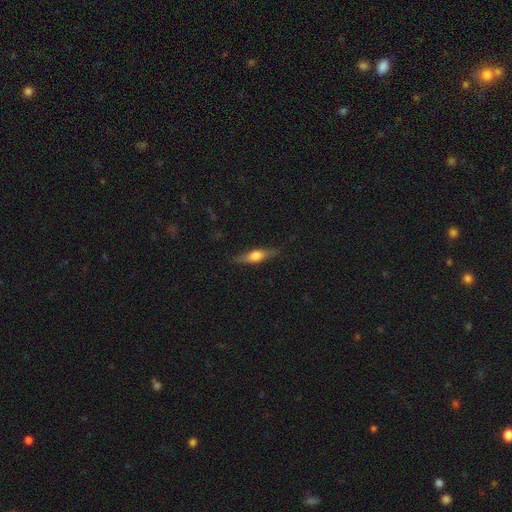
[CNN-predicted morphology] smooth-or-featured: featured or disk: 50% | smooth: 44% | star or artifact: 7%
  merging: none: 84% | minor disturbance: 12% | major disturbance: 3% | merger: 1%